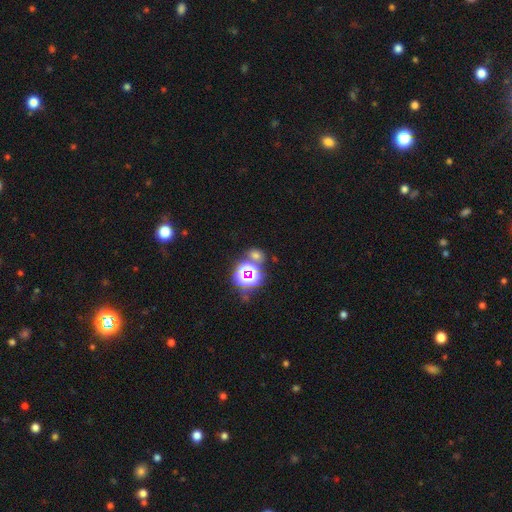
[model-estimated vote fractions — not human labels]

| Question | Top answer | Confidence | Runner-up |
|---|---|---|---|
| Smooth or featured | smooth | 48% | star or artifact (43%) |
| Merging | none | 64% | merger (20%) |